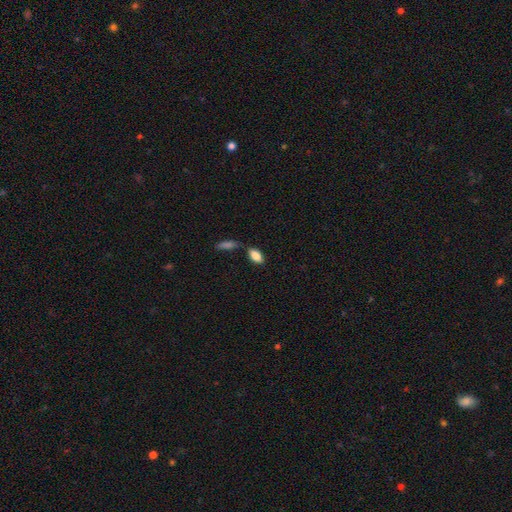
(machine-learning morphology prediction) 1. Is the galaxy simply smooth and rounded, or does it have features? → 87% smooth, 7% star or artifact, 6% featured or disk.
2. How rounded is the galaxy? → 92% in between, 5% cigar-shaped, 3% round.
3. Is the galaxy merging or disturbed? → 60% none, 20% merger, 15% minor disturbance, 4% major disturbance.